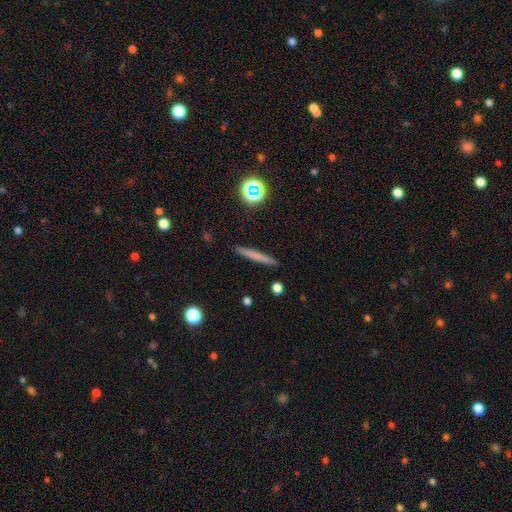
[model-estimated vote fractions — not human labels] This is likely a smooth galaxy (67%). How rounded: clearly cigar-shaped (95%). Merging: clearly none (91%).